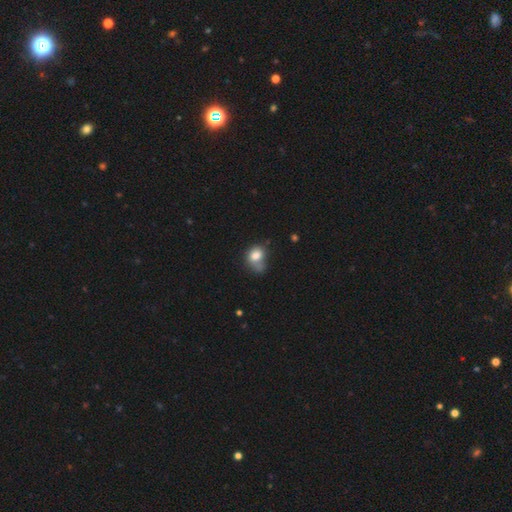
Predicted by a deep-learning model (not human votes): Q: Smooth or featured?
A: smooth (78%); runner-up: featured or disk (12%)
Q: How rounded?
A: in between (52%); runner-up: round (47%)
Q: Merging?
A: none (31%); runner-up: minor disturbance (27%)